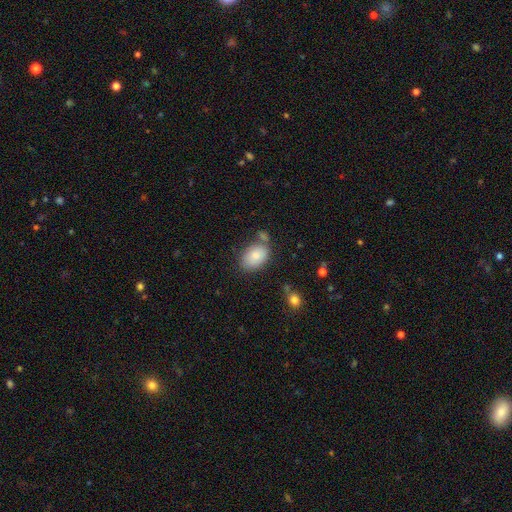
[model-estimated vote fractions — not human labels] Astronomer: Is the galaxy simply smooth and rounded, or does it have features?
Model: smooth — 82%.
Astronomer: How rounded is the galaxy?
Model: in between — 86%.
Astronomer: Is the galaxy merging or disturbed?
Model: none — 68%.